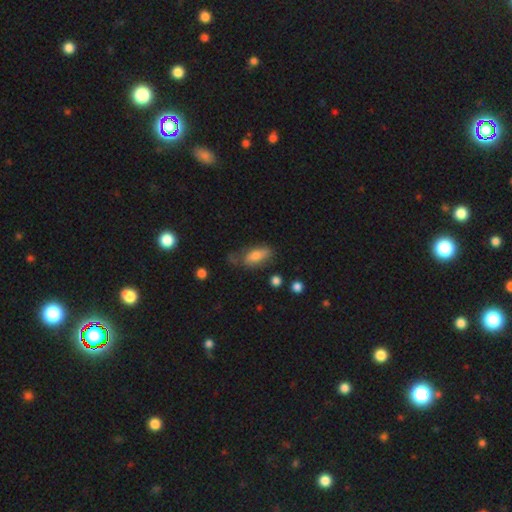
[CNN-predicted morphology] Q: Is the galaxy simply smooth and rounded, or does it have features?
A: smooth — 69%.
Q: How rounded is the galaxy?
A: in between — 80%.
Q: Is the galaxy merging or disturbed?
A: none — 52%.